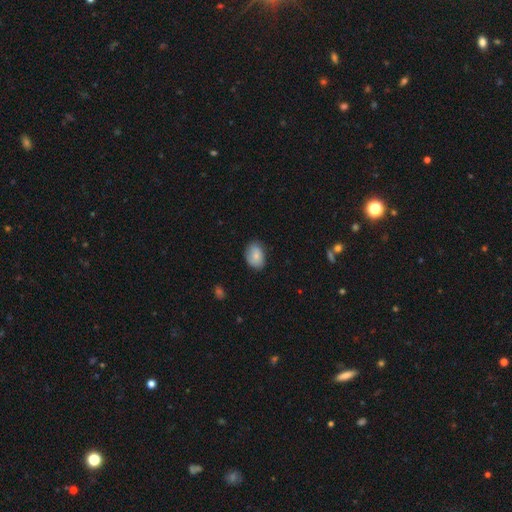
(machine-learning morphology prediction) This is likely a smooth galaxy (79%). How rounded: likely in between (78%). Merging: likely none (76%).